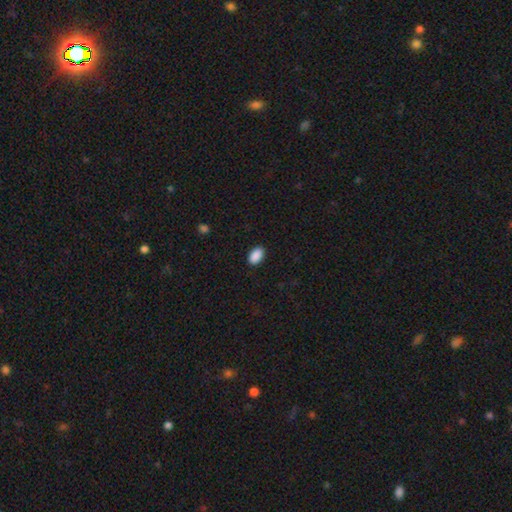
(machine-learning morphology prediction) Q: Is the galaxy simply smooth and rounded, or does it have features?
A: smooth — 90%.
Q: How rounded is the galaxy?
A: in between — 92%.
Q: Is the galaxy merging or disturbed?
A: none — 88%.